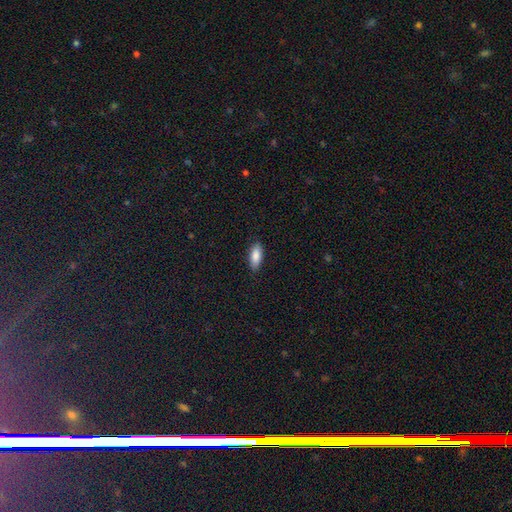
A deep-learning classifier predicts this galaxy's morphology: smooth_or_featured: smooth (p=0.86) [alt: featured or disk p=0.08]
how_rounded: in between (p=0.79) [alt: cigar-shaped p=0.19]
merging: none (p=0.87) [alt: minor disturbance p=0.10]